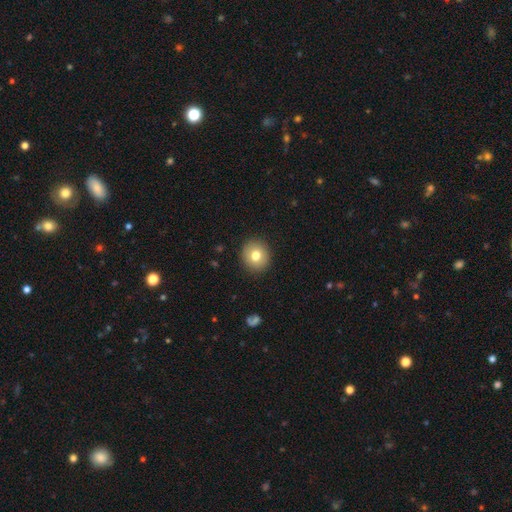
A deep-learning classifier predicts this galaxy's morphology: Smooth or featured?
  - smooth: 77% *
  - featured or disk: 13%
  - star or artifact: 10%
How rounded?
  - round: 88% *
  - in between: 11%
  - cigar-shaped: 1%
Merging?
  - none: 91% *
  - minor disturbance: 6%
  - major disturbance: 2%
  - merger: 1%